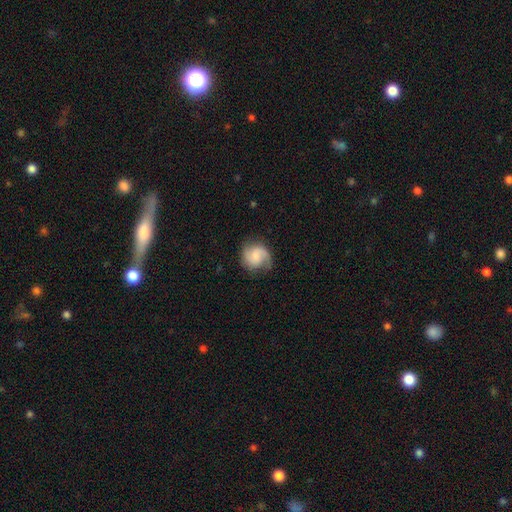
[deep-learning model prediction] Morphology: type=featured or disk (63%); edge-on=no (98%); bar=no (57%); spiral arms=yes (94%); winding=medium (45%); arm count=2 (71%); bulge=small (46%); merging=none (69%).